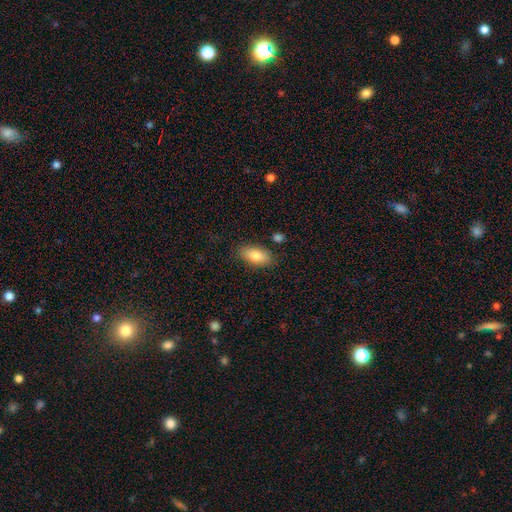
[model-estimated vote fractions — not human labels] smooth_or_featured: smooth (p=0.82) [alt: featured or disk p=0.11]
how_rounded: in between (p=0.90) [alt: cigar-shaped p=0.06]
merging: none (p=0.83) [alt: minor disturbance p=0.11]